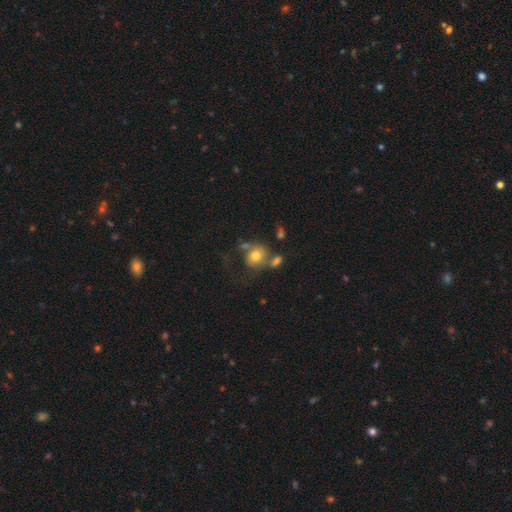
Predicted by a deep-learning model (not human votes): The model was most divided on "merging": none: 41%, merger: 23%, minor disturbance: 19%, major disturbance: 17%. More confident: smooth or featured — smooth (71%); how rounded — round (69%).